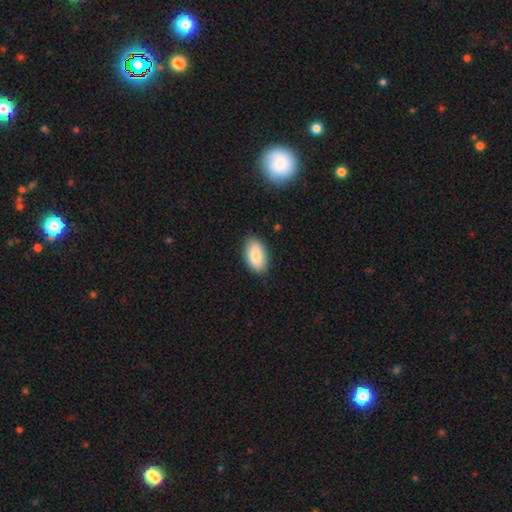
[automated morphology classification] type=smooth (85%); roundness=in between (94%); merging=none (86%).